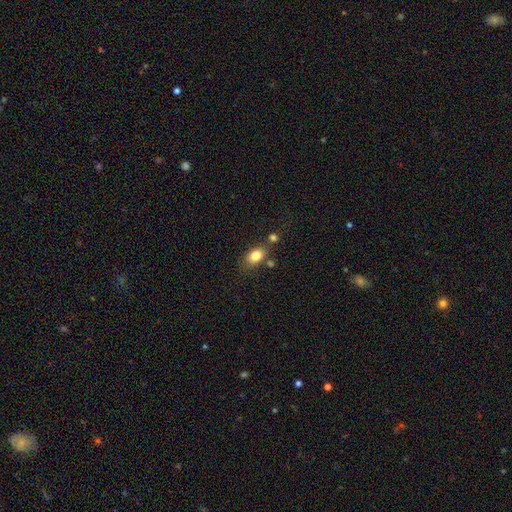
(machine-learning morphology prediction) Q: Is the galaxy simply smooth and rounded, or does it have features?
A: smooth — 82%.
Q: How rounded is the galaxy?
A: in between — 78%.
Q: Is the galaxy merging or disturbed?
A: none — 66%.